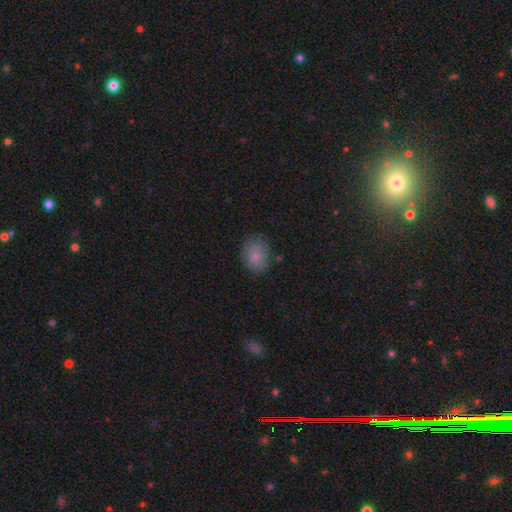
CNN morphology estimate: smooth_or_featured: smooth (p=0.83) [alt: star or artifact p=0.09]
how_rounded: round (p=0.53) [alt: in between p=0.46]
merging: none (p=0.76) [alt: minor disturbance p=0.17]